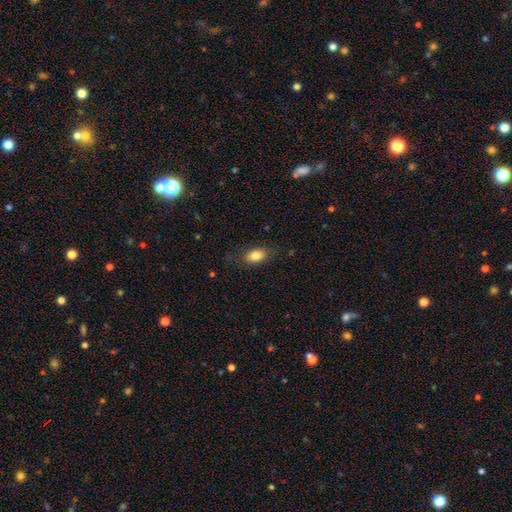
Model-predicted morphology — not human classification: The model was most divided on "merging": none: 79%, minor disturbance: 15%, major disturbance: 5%, merger: 1%. More confident: how rounded — in between (87%); smooth or featured — smooth (83%).